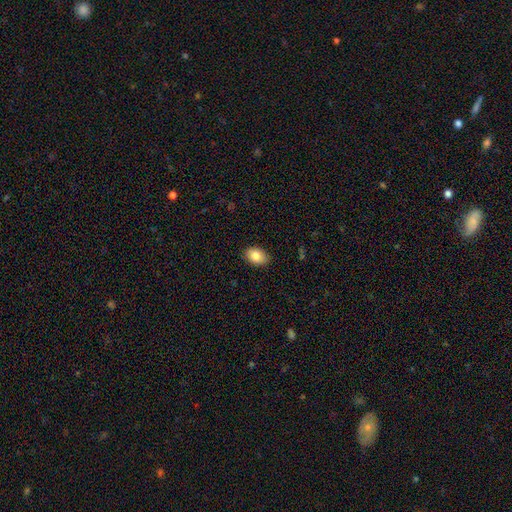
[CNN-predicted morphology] The model was most divided on "how rounded": in between: 83%, round: 16%, cigar-shaped: 1%. More confident: merging — none (88%); smooth or featured — smooth (84%).